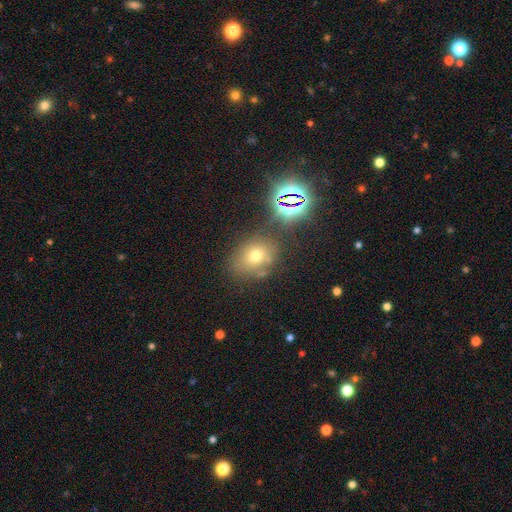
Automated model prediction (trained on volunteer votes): Q: Smooth or featured?
A: smooth (61%); runner-up: star or artifact (23%)
Q: How rounded?
A: in between (56%); runner-up: round (43%)
Q: Merging?
A: none (68%); runner-up: minor disturbance (16%)